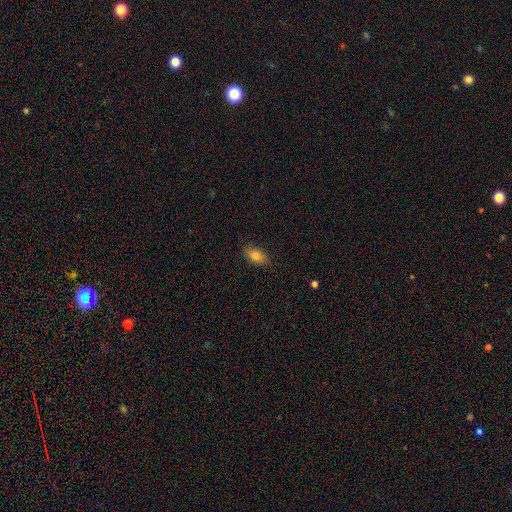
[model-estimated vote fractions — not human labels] A smooth galaxy with no disk features (79%) that is in between round and cigar-shaped (87%).

Vote fractions:
- Smooth or featured? smooth: 79% / featured or disk: 12% / star or artifact: 9%
- How rounded? in between: 87% / round: 8% / cigar-shaped: 6%
- Merging? none: 82% / minor disturbance: 14% / major disturbance: 3% / merger: 1%